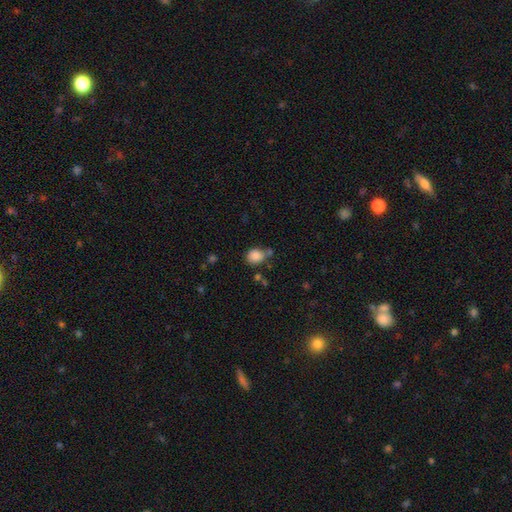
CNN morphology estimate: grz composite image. It shows a smooth galaxy with no disk features (86%) that is round (66%). Merging: none (63%).